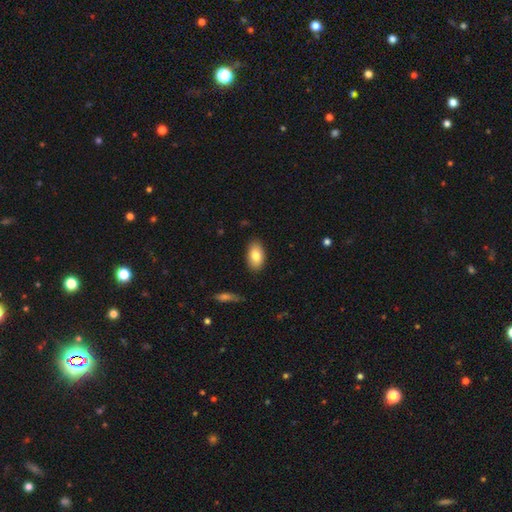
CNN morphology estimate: Smooth or featured? smooth (82%)
How rounded? in between (94%)
Merging? none (86%)